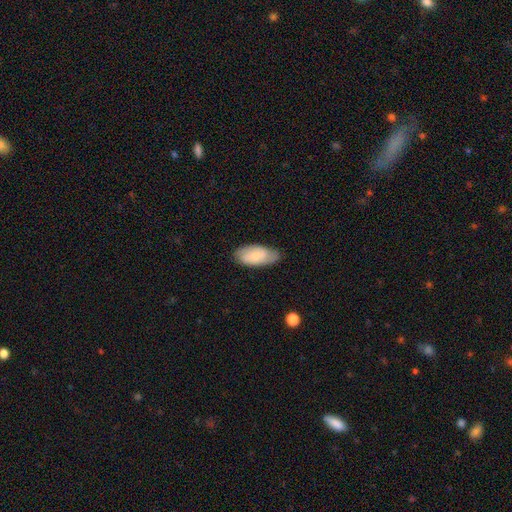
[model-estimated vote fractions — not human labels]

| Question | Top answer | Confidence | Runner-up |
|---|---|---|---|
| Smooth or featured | smooth | 72% | featured or disk (22%) |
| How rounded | in between | 92% | cigar-shaped (6%) |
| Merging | none | 71% | minor disturbance (24%) |